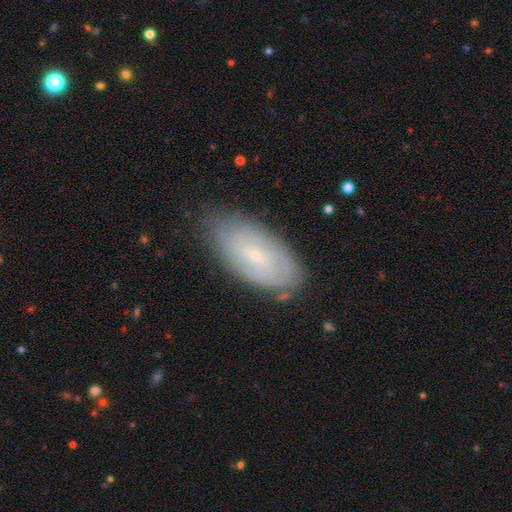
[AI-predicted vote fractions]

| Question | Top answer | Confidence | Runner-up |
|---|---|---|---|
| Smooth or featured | featured or disk | 57% | smooth (36%) |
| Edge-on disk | no | 91% | yes (9%) |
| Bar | no | 57% | weak (37%) |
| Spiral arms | yes | 77% | no (23%) |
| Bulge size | small | 74% | moderate (19%) |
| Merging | none | 74% | minor disturbance (20%) |